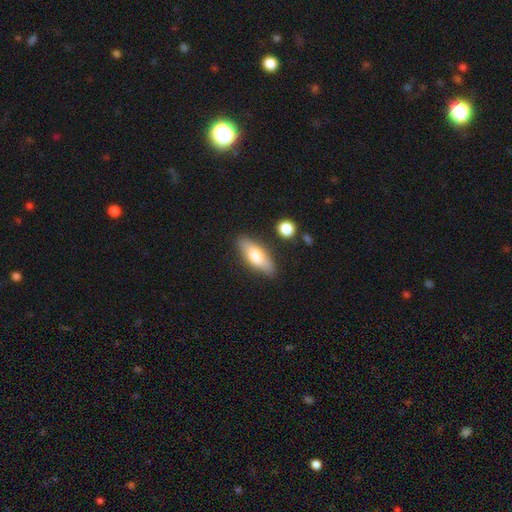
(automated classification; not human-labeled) Smooth or featured: smooth — 70% (featured or disk — 24%)
How rounded: in between — 66% (cigar-shaped — 31%)
Merging: none — 83% (minor disturbance — 12%)